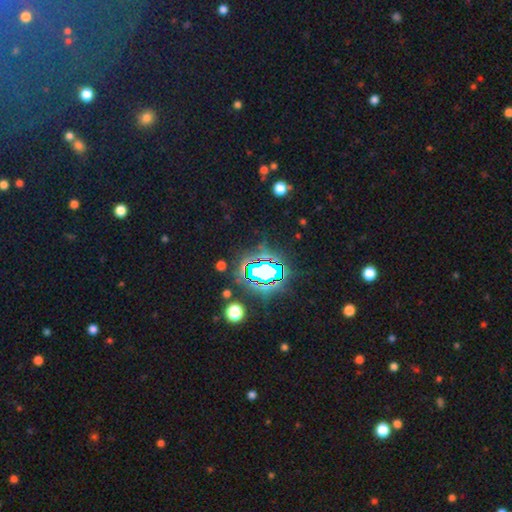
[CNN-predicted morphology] This is clearly a star or artifact rather than a galaxy (83%).